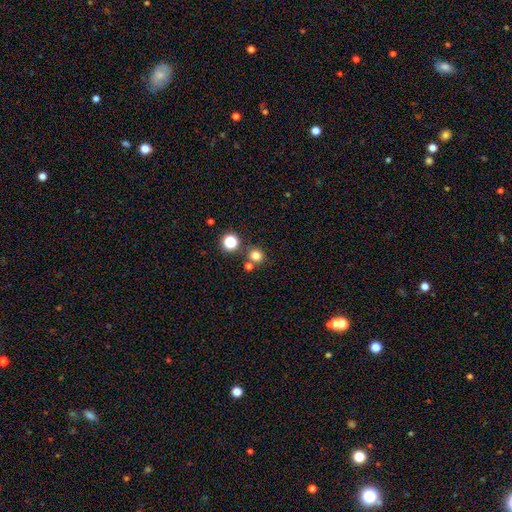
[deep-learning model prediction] A smooth galaxy with no disk features (77%) that is round (87%).

Vote fractions:
- Smooth or featured? smooth: 77% / star or artifact: 17% / featured or disk: 6%
- How rounded? round: 87% / in between: 12% / cigar-shaped: 1%
- Merging? none: 74% / merger: 14% / minor disturbance: 8% / major disturbance: 3%